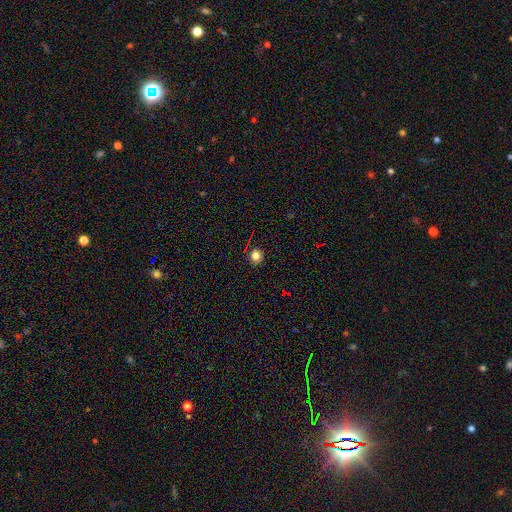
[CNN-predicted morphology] smooth_or_featured: smooth (p=0.80) [alt: star or artifact p=0.14]
how_rounded: round (p=0.89) [alt: in between p=0.10]
merging: none (p=0.86) [alt: minor disturbance p=0.10]